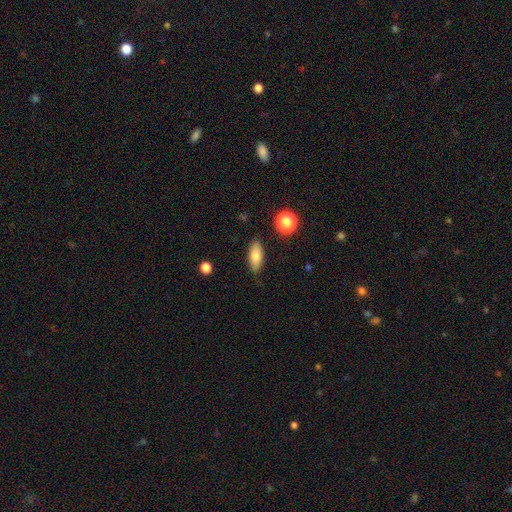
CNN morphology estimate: smooth-or-featured: smooth: 79% | featured or disk: 13% | star or artifact: 8%
  how-rounded: in between: 75% | cigar-shaped: 21% | round: 4%
  merging: none: 84% | minor disturbance: 12% | major disturbance: 3% | merger: 2%